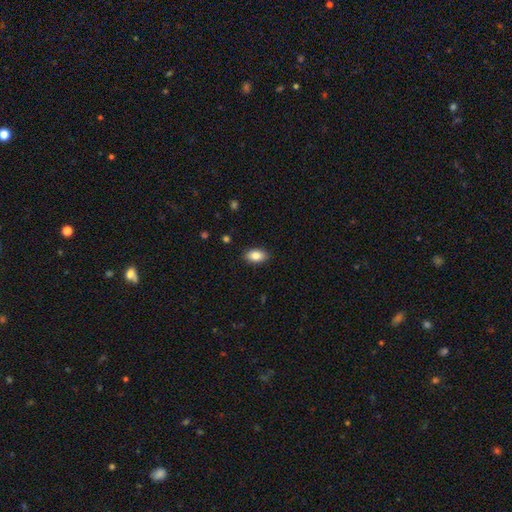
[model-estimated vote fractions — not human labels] This appears to be a smooth galaxy with no disk features (85%) that is in between round and cigar-shaped (91%). Merging: none (89%).